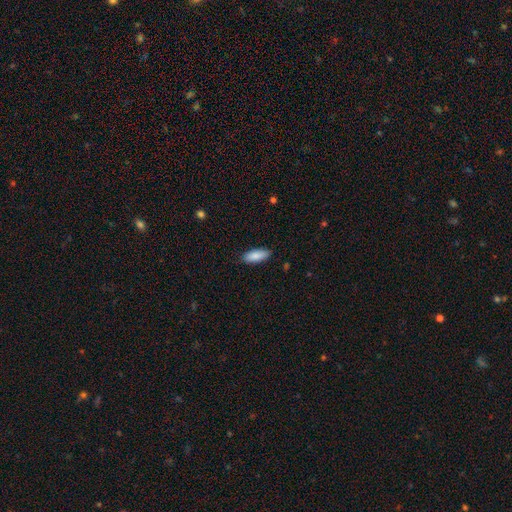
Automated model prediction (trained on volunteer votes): Morphology: type=smooth (87%); roundness=in between (74%); merging=none (87%).